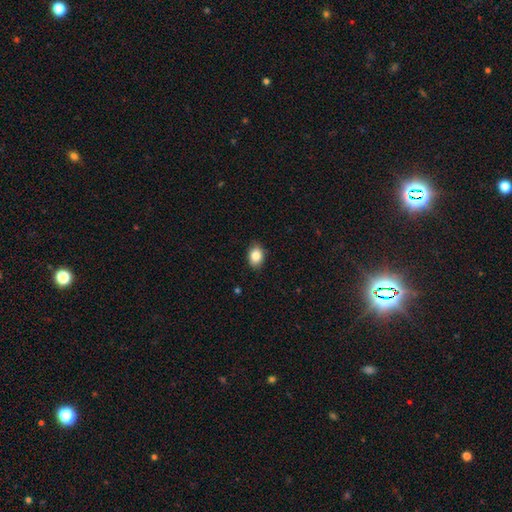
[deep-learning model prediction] smooth_or_featured: smooth (p=0.86) [alt: star or artifact p=0.08]
how_rounded: in between (p=0.76) [alt: round p=0.23]
merging: none (p=0.85) [alt: minor disturbance p=0.12]